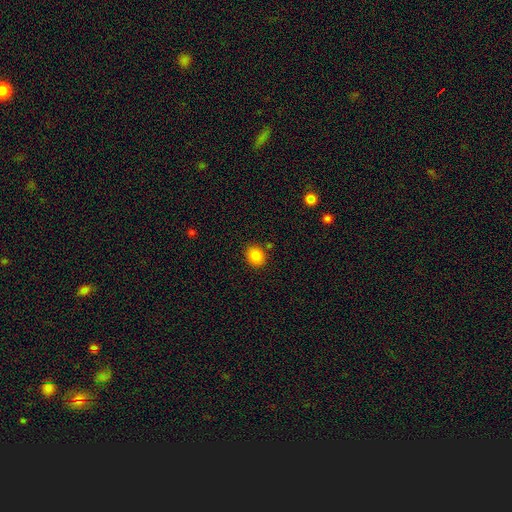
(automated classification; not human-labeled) Smooth or featured?
  - smooth: 84% *
  - star or artifact: 10%
  - featured or disk: 6%
How rounded?
  - round: 60% *
  - in between: 39%
  - cigar-shaped: 1%
Merging?
  - none: 85% *
  - minor disturbance: 9%
  - merger: 3%
  - major disturbance: 2%